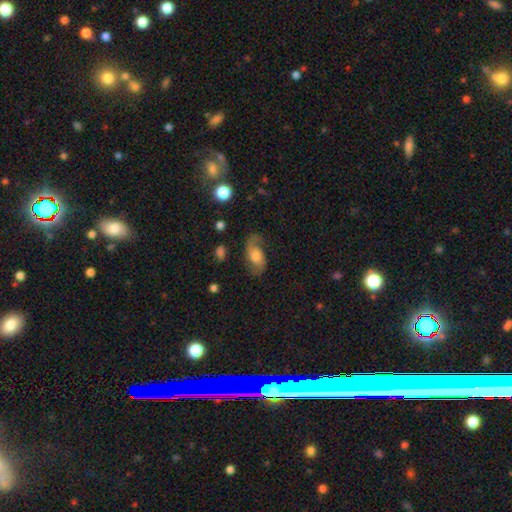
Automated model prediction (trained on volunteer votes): Morphology: type=featured or disk (60%); edge-on=no (95%); bar=no (64%); spiral arms=yes (88%); winding=loose (51%); arm count=2 (84%); bulge=moderate (43%); merging=none (63%).